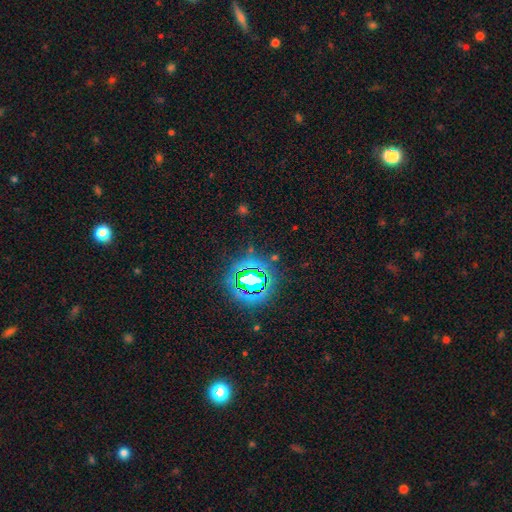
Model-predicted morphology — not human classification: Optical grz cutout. It shows a star or artifact, not a galaxy (82%).